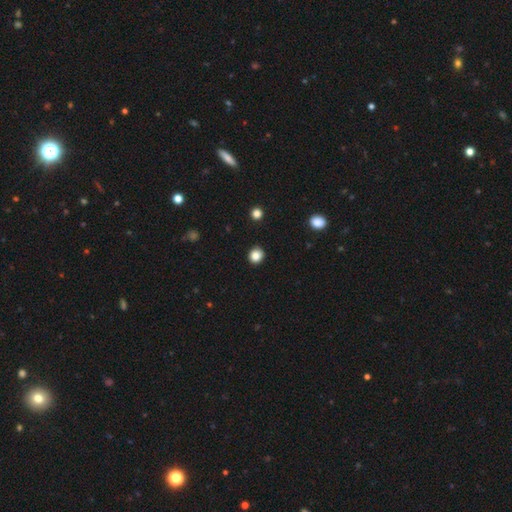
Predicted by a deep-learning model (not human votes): Morphology: type=smooth (85%); roundness=round (82%); merging=none (91%).